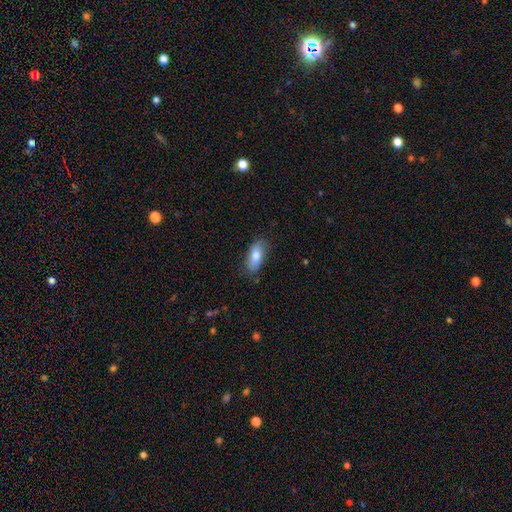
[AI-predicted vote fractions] Smooth or featured: smooth — 79% (featured or disk — 14%)
How rounded: in between — 87% (cigar-shaped — 10%)
Merging: none — 76% (minor disturbance — 19%)